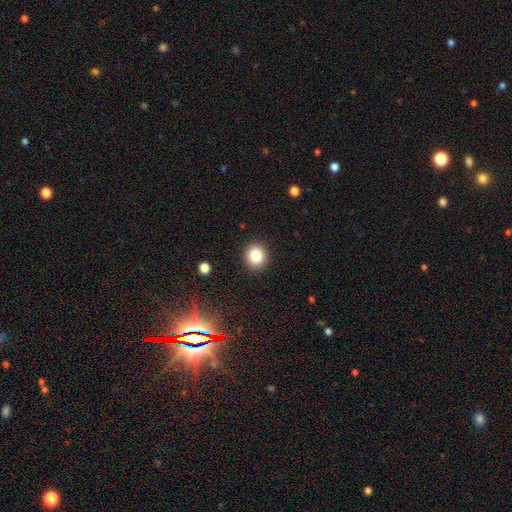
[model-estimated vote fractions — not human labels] This appears to be a smooth galaxy with no disk features (84%) that is round (79%). Merging: none (91%).